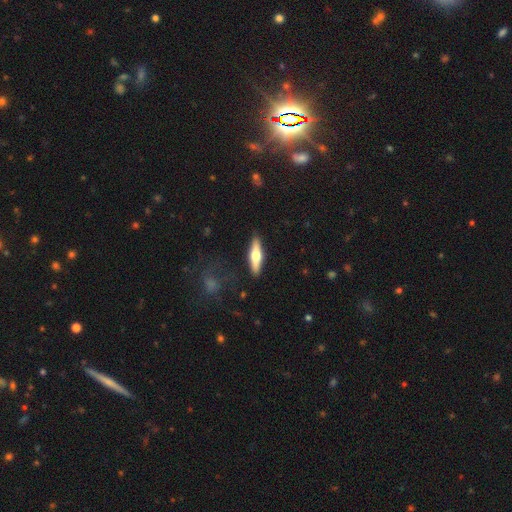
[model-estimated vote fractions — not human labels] featured or disk 50%, smooth 45%, star or artifact 6%. Down the decision tree: merging — none (88%).